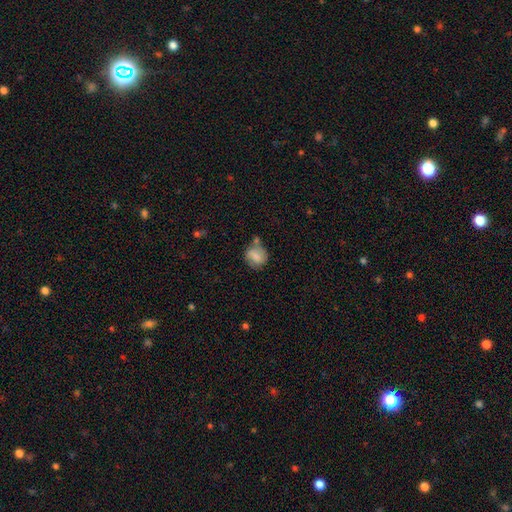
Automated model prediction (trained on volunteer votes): Smooth or featured?
  - smooth: 75% *
  - featured or disk: 17%
  - star or artifact: 8%
How rounded?
  - round: 71% *
  - in between: 28%
  - cigar-shaped: 1%
Merging?
  - none: 52% *
  - minor disturbance: 22%
  - merger: 18%
  - major disturbance: 8%